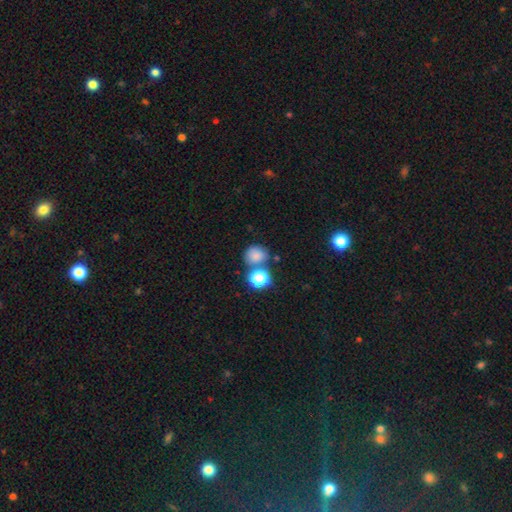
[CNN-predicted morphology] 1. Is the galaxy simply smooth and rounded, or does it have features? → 78% smooth, 14% star or artifact, 7% featured or disk.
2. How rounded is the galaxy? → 76% round, 23% in between, 1% cigar-shaped.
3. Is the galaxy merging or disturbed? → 57% none, 28% merger, 11% minor disturbance, 4% major disturbance.